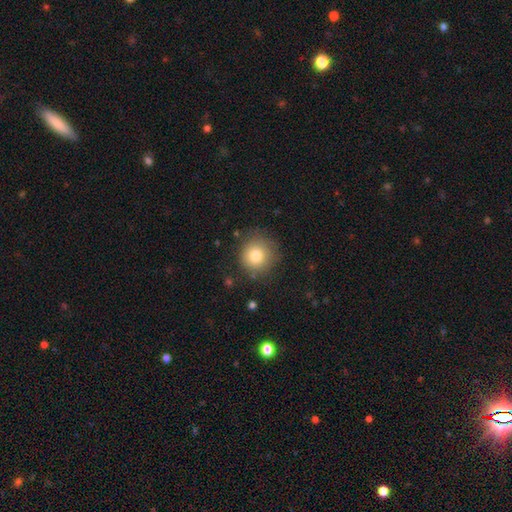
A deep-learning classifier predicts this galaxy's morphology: Smooth or featured? Predicted: smooth (p=0.80). How rounded? Predicted: round (p=0.93). Merging? Predicted: none (p=0.82).